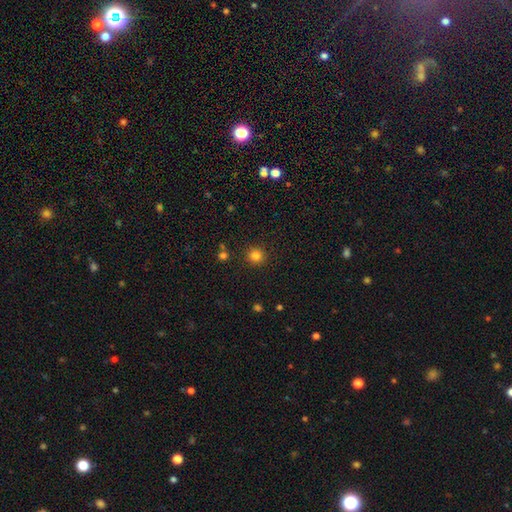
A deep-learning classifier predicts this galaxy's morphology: A smooth galaxy with no disk features (82%) that is round (93%).

Vote fractions:
- Smooth or featured? smooth: 82% / star or artifact: 14% / featured or disk: 5%
- How rounded? round: 93% / in between: 6% / cigar-shaped: 1%
- Merging? none: 90% / minor disturbance: 6% / merger: 2% / major disturbance: 2%